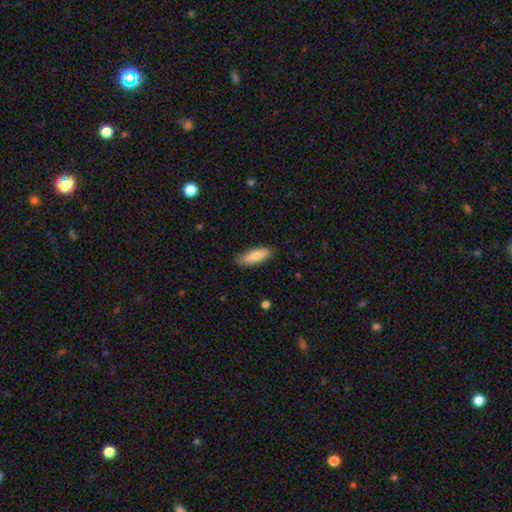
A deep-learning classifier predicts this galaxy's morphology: Smooth or featured?
  - smooth: 76% *
  - featured or disk: 18%
  - star or artifact: 6%
How rounded?
  - in between: 63% *
  - cigar-shaped: 35%
  - round: 2%
Merging?
  - none: 82% *
  - minor disturbance: 14%
  - major disturbance: 2%
  - merger: 1%